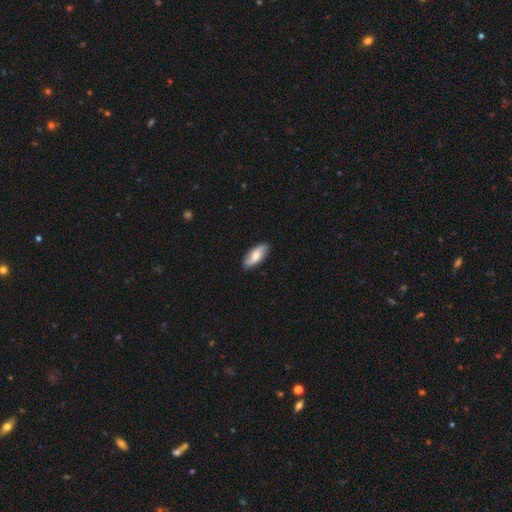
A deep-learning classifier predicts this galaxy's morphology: Smooth or featured: smooth — 62% (featured or disk — 32%)
How rounded: in between — 79% (cigar-shaped — 18%)
Merging: none — 87% (minor disturbance — 10%)